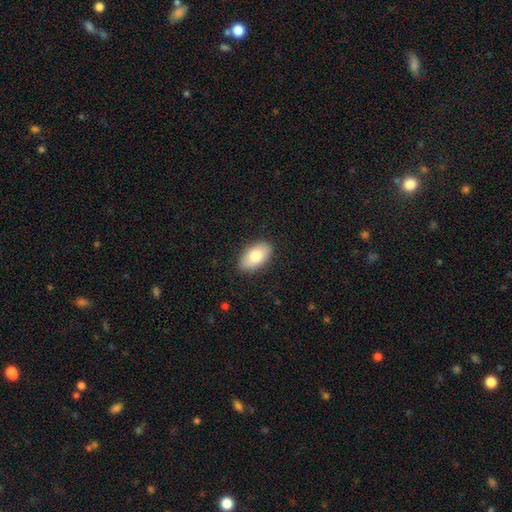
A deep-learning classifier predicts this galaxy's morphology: Smooth or featured? Predicted: smooth (p=0.78). How rounded? Predicted: in between (p=0.94). Merging? Predicted: none (p=0.87).